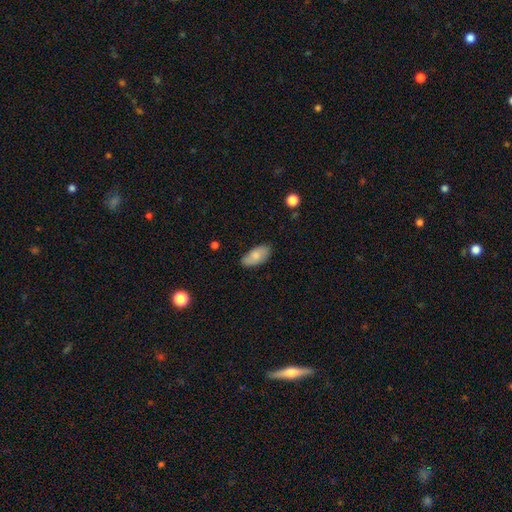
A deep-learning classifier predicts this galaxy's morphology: Smooth or featured? smooth (79%)
How rounded? in between (93%)
Merging? none (78%)